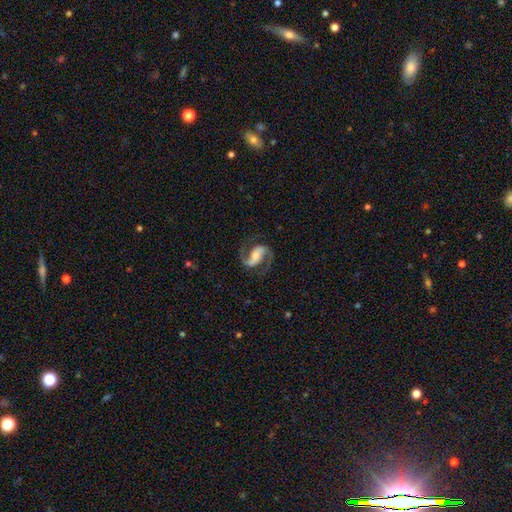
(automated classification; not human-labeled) The model was most divided on "bar": strong: 39%, weak: 34%, no: 27%. Remaining: spiral arms — yes (98%); edge-on disk — no (98%); spiral arm count — 2 (94%); smooth or featured — featured or disk (91%); merging — none (80%); spiral winding — medium (57%); bulge size — moderate (49%).